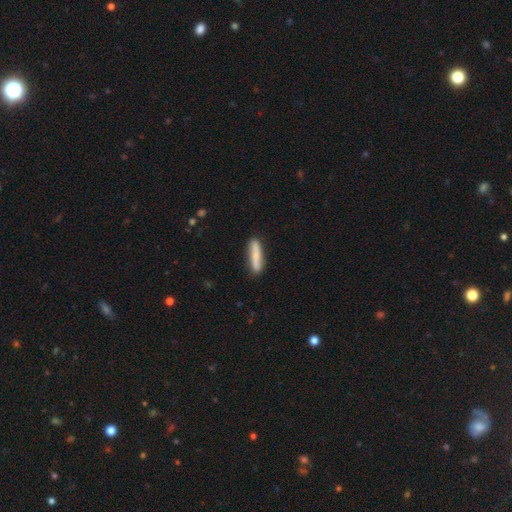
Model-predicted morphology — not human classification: type=smooth (74%); roundness=cigar-shaped (83%); merging=none (84%).